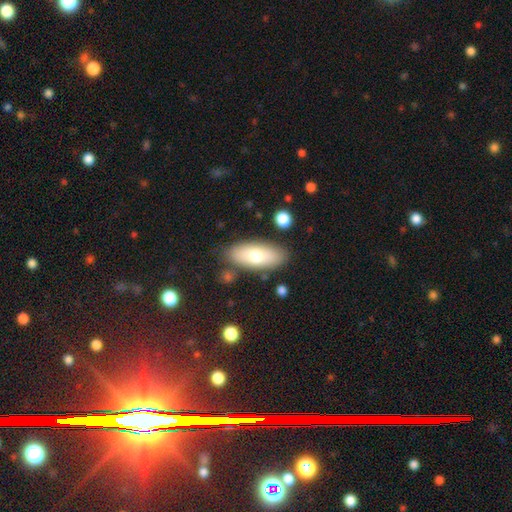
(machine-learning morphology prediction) smooth_or_featured: smooth (p=0.68) [alt: featured or disk p=0.25]
how_rounded: in between (p=0.81) [alt: cigar-shaped p=0.16]
merging: none (p=0.82) [alt: minor disturbance p=0.11]